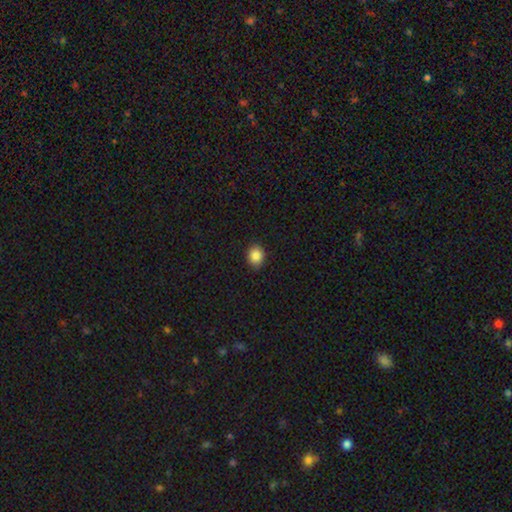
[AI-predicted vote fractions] A smooth galaxy with no disk features (86%) that is round (56%). Merging: none (89%).